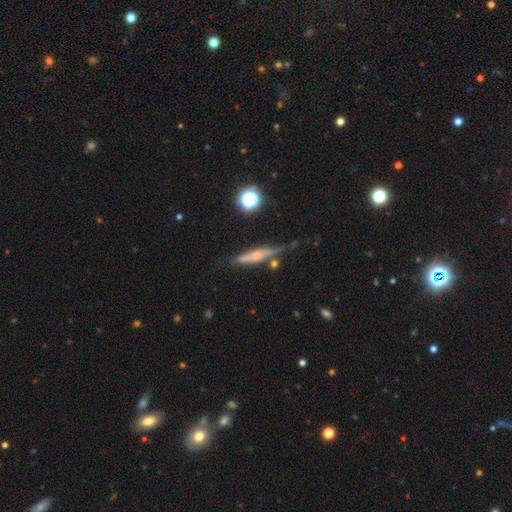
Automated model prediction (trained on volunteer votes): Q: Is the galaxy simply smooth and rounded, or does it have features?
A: featured or disk — 50%.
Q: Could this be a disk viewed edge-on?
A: yes — 92%.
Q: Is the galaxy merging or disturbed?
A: none — 67%.